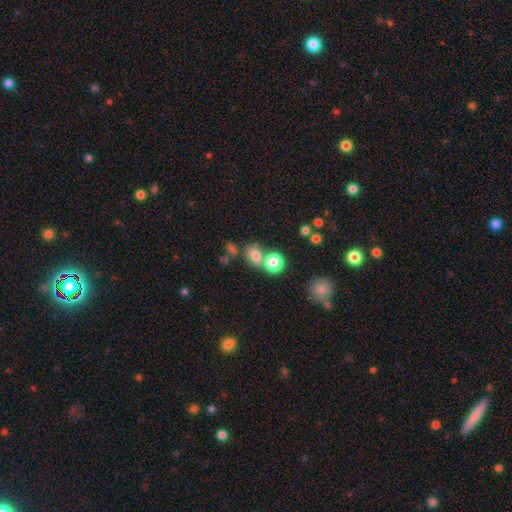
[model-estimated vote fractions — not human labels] Overall: smooth (75%). How rounded: round (55%; in between 44%). Merging: none (46%; merger 39%).